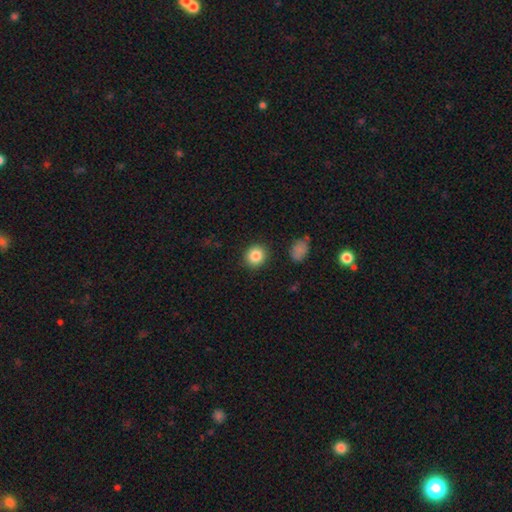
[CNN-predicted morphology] Smooth or featured: smooth — 85% (star or artifact — 9%)
How rounded: round — 81% (in between — 18%)
Merging: none — 89% (minor disturbance — 7%)